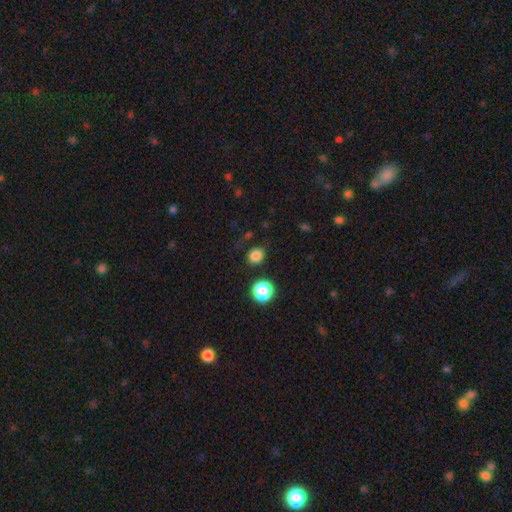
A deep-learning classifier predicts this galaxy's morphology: type=smooth (82%); roundness=round (75%); merging=none (81%).